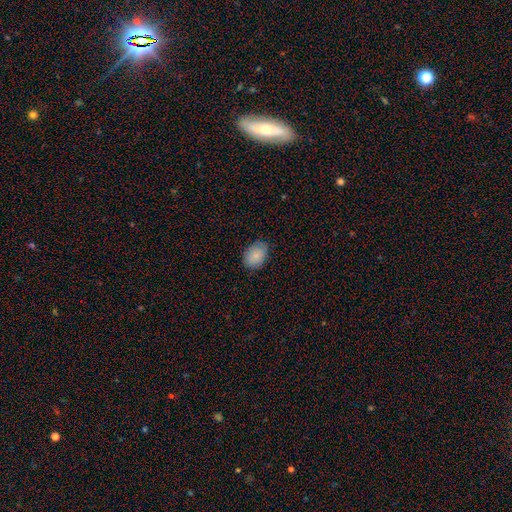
This is clearly a smooth galaxy (89%). How rounded: likely in between (79%). Merging: clearly none (81%).